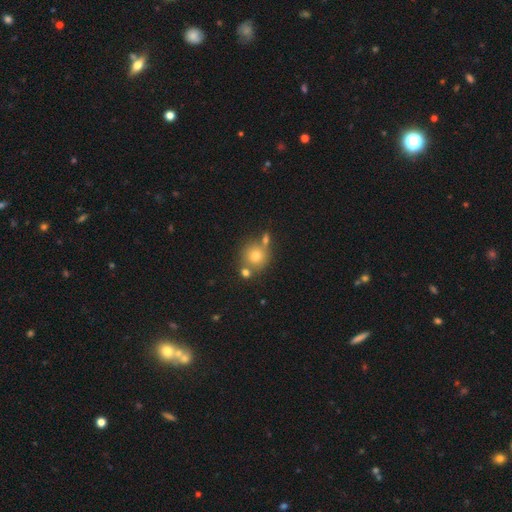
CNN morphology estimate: The model was most divided on "merging": none: 65%, merger: 21%, minor disturbance: 10%, major disturbance: 4%. More confident: how rounded — round (90%); smooth or featured — smooth (73%).